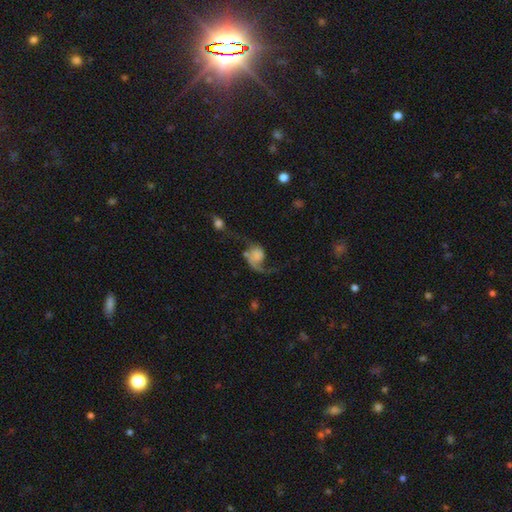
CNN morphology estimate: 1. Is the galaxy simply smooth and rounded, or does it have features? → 62% featured or disk, 29% smooth, 9% star or artifact.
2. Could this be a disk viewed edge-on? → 97% no, 3% yes.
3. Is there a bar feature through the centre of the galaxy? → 77% no, 19% weak, 5% strong.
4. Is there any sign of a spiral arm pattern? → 87% yes, 13% no.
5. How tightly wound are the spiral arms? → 83% loose, 13% medium, 4% tight.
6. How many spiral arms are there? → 61% 2, 33% 1, 2% can't tell, 1% 3, 1% 4, 1% more than 4.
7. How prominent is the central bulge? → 46% none, 17% dominant, 17% large, 11% small, 9% moderate.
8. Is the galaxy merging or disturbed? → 34% major disturbance, 30% none, 19% merger, 16% minor disturbance.